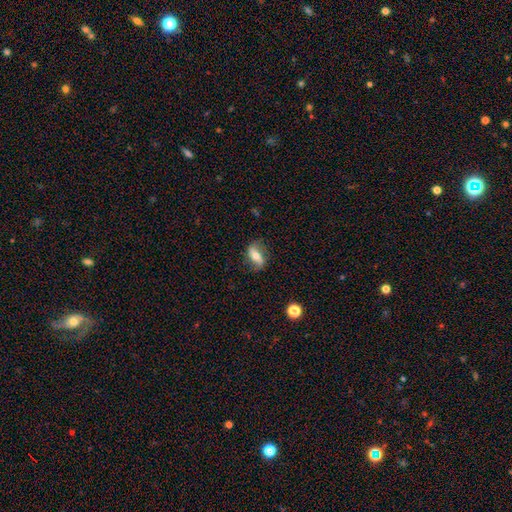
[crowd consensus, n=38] Volunteers were most divided on "smooth or featured": smooth: 63%, featured or disk: 32%, star or artifact: 5%. More confident: how rounded — in between (75%); merging — none (67%).